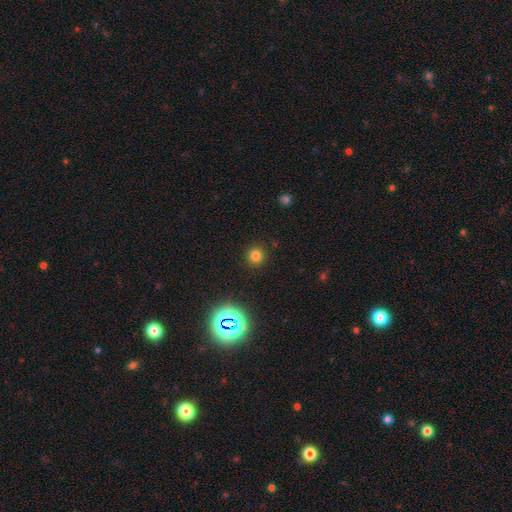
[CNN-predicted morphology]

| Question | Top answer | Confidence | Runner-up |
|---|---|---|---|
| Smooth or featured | smooth | 75% | star or artifact (20%) |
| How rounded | round | 93% | in between (6%) |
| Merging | none | 91% | minor disturbance (5%) |